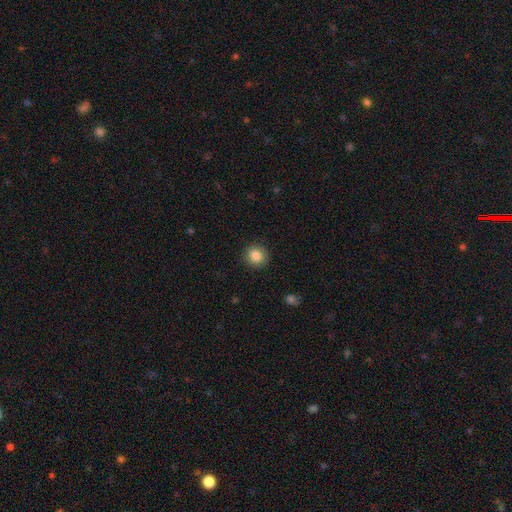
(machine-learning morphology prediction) The model was most divided on "how rounded": round: 85%, in between: 14%, cigar-shaped: 1%. More confident: merging — none (90%); smooth or featured — smooth (86%).